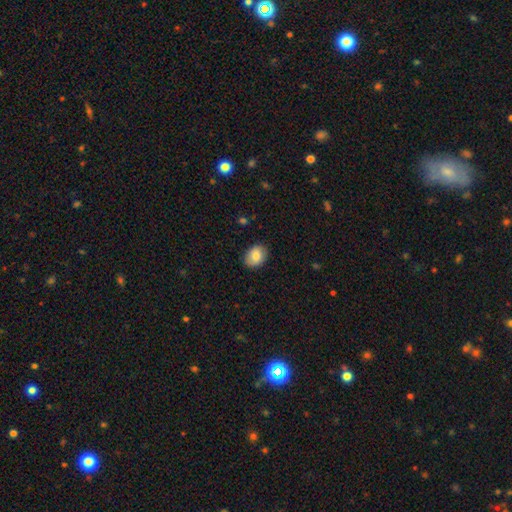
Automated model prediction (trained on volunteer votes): A smooth galaxy with no disk features (83%) that is in between round and cigar-shaped (65%). Merging: none (85%).